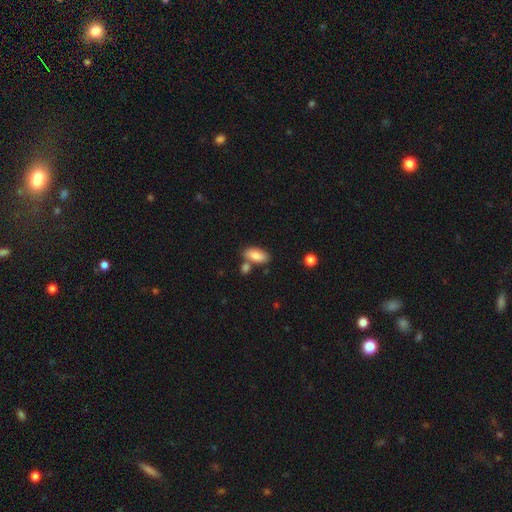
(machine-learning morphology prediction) The model was most divided on "merging": none: 66%, merger: 18%, minor disturbance: 13%, major disturbance: 3%. More confident: how rounded — in between (89%); smooth or featured — smooth (84%).